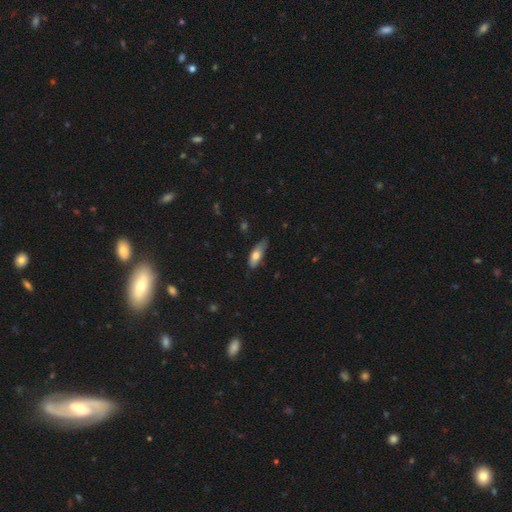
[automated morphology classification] A smooth galaxy with no disk features (71%) that is in between round and cigar-shaped (68%).

Vote fractions:
- Smooth or featured? smooth: 71% / featured or disk: 22% / star or artifact: 6%
- How rounded? in between: 68% / cigar-shaped: 29% / round: 3%
- Merging? none: 59% / minor disturbance: 33% / major disturbance: 6% / merger: 2%